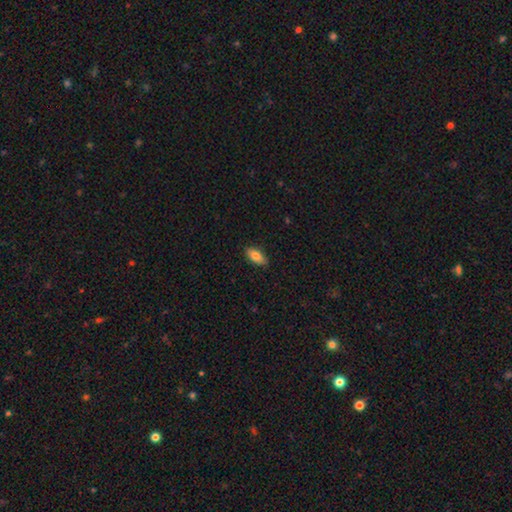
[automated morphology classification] Smooth or featured?
  - smooth: 80% *
  - featured or disk: 13%
  - star or artifact: 7%
How rounded?
  - in between: 87% *
  - cigar-shaped: 11%
  - round: 3%
Merging?
  - none: 87% *
  - minor disturbance: 10%
  - major disturbance: 2%
  - merger: 1%